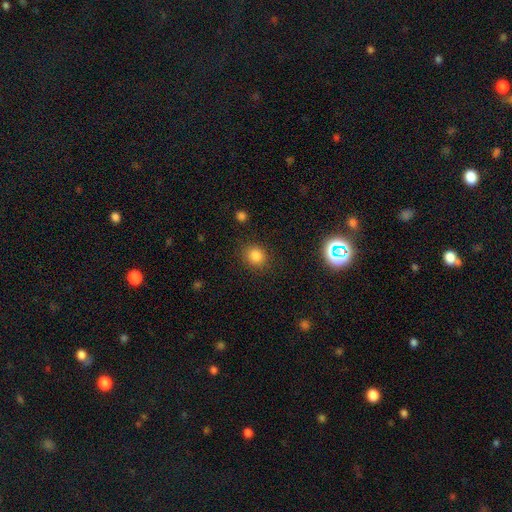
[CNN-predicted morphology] type=smooth (83%); roundness=round (75%); merging=none (86%).